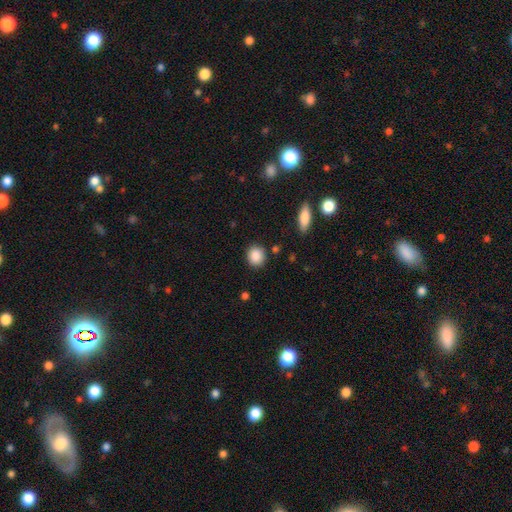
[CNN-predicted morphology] Smooth or featured: smooth — 88% (star or artifact — 8%)
How rounded: round — 75% (in between — 24%)
Merging: none — 86% (minor disturbance — 9%)